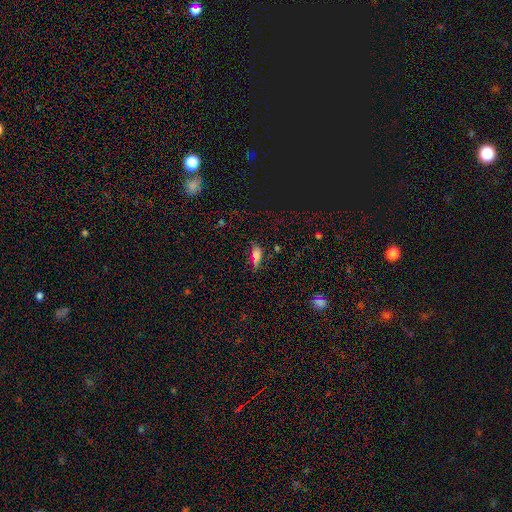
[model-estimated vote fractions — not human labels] Smooth or featured: smooth — 71% (star or artifact — 18%)
How rounded: in between — 75% (cigar-shaped — 21%)
Merging: none — 68% (minor disturbance — 22%)